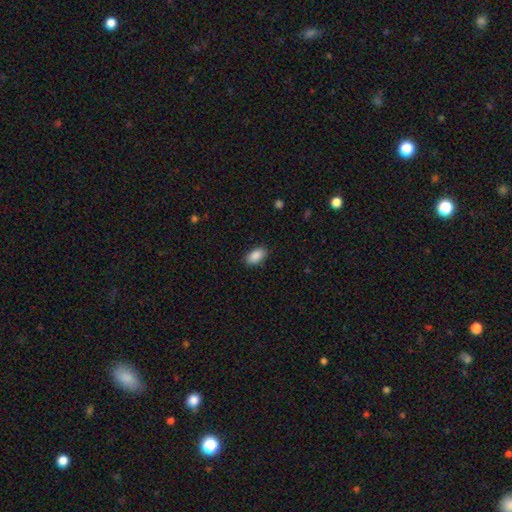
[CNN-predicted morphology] Smooth or featured? Predicted: smooth (p=0.90). How rounded? Predicted: in between (p=0.93). Merging? Predicted: none (p=0.88).